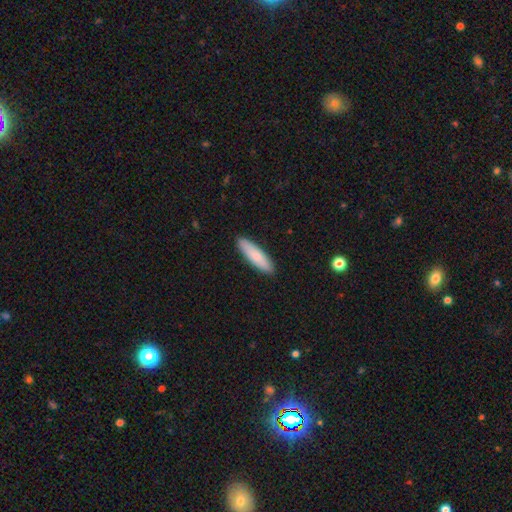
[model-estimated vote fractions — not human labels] Morphology: type=smooth (79%); roundness=cigar-shaped (68%); merging=none (91%).